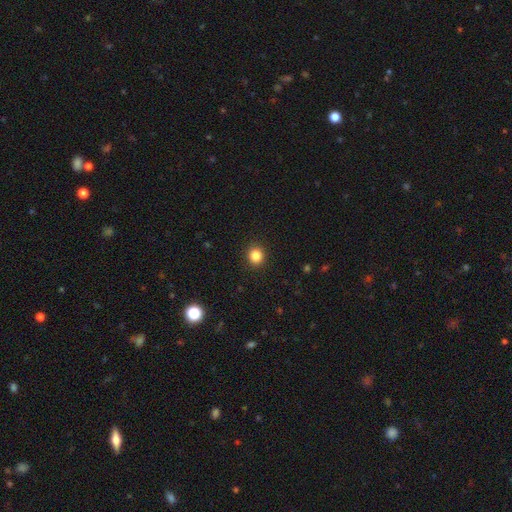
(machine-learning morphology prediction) A smooth galaxy with no disk features (84%) that is round (87%). Merging: none (92%).